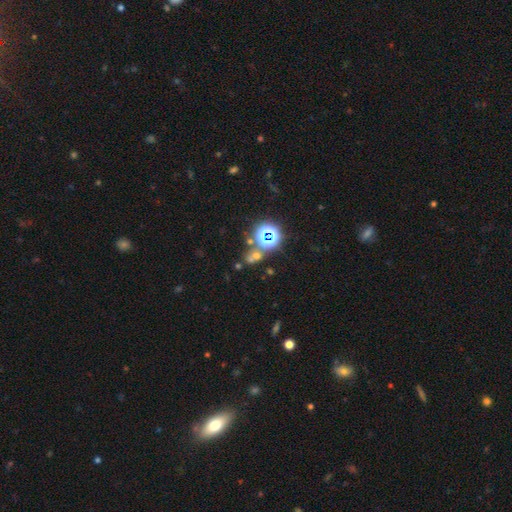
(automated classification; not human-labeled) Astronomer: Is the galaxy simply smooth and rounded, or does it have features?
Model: star or artifact — 50% (runner-up: smooth, 39%).